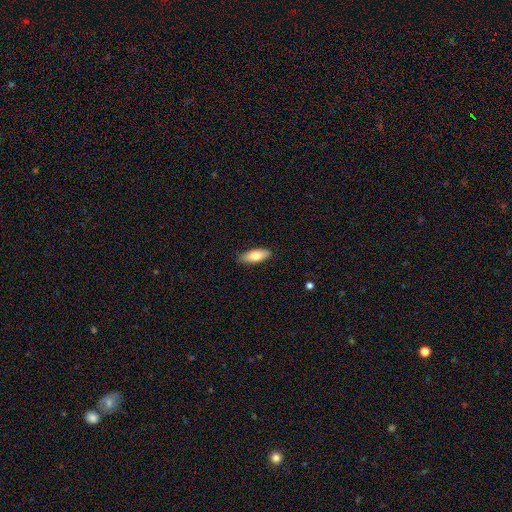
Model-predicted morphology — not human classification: Overall: smooth (77%). How rounded: in between (77%). Merging: none (86%).